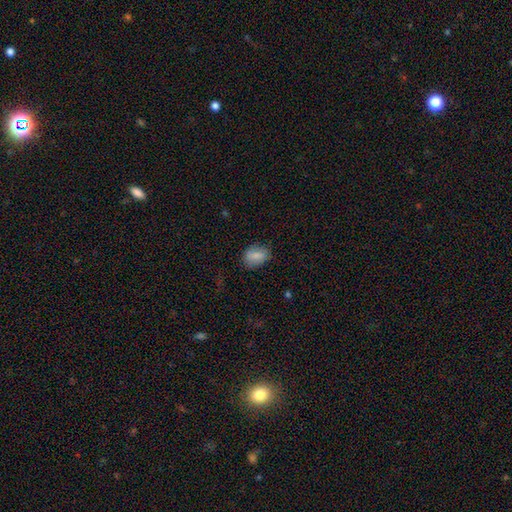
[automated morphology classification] Smooth or featured? smooth (80%)
How rounded? in between (74%)
Merging? none (79%)